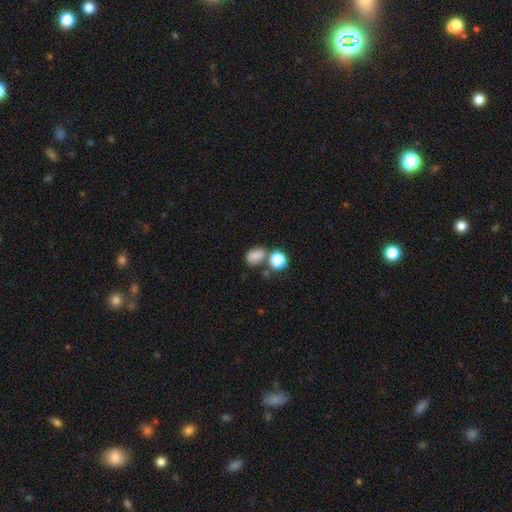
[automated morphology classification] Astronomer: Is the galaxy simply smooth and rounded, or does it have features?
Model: smooth — 79%.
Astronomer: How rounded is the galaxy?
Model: in between — 67%.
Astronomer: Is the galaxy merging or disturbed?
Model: none — 51% (runner-up: merger, 26%).